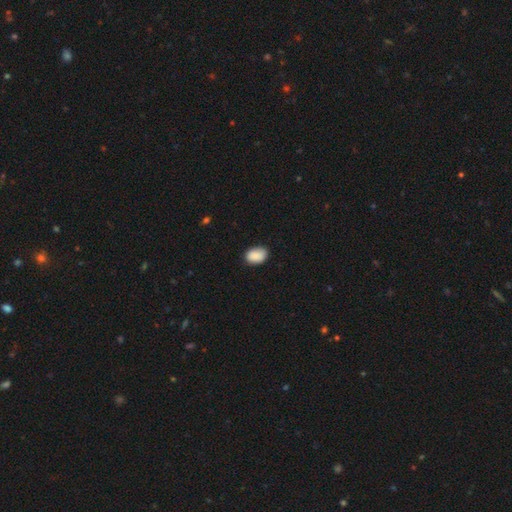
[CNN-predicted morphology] A smooth galaxy with no disk features (89%) that is in between round and cigar-shaped (83%).

Vote fractions:
- Smooth or featured? smooth: 89% / star or artifact: 7% / featured or disk: 4%
- How rounded? in between: 83% / round: 16% / cigar-shaped: 1%
- Merging? none: 81% / minor disturbance: 15% / major disturbance: 2% / merger: 1%